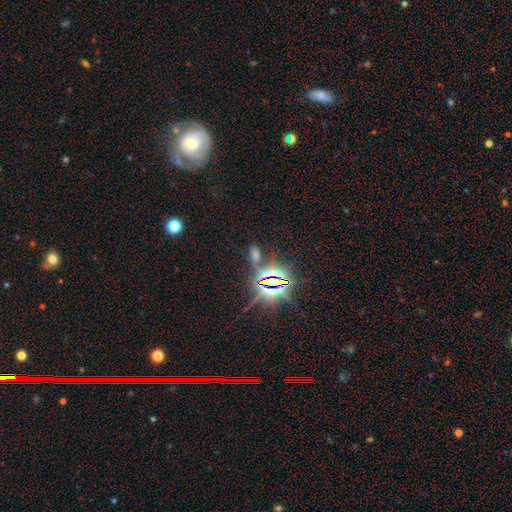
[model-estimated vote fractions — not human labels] Smooth or featured? Predicted: star or artifact (p=0.69).